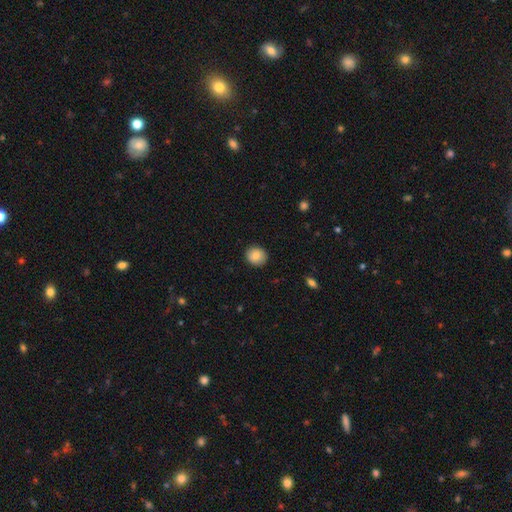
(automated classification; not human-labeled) A smooth galaxy with no disk features (85%) that is round (84%). Merging: none (90%).